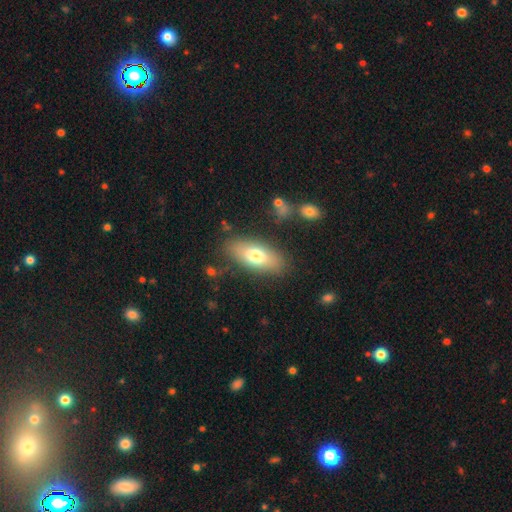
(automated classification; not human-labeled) Q: Smooth or featured?
A: smooth (71%); runner-up: featured or disk (22%)
Q: How rounded?
A: in between (83%); runner-up: cigar-shaped (13%)
Q: Merging?
A: none (83%); runner-up: minor disturbance (11%)